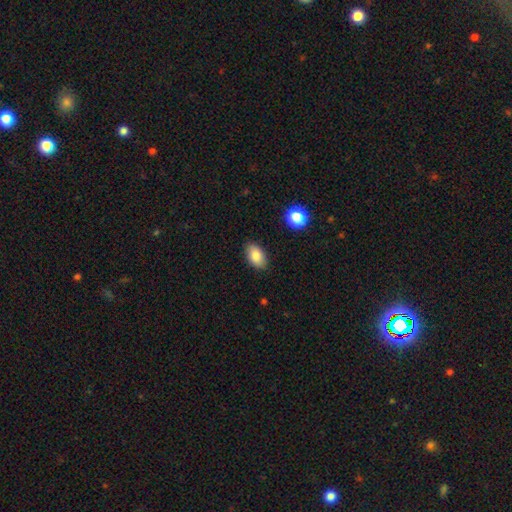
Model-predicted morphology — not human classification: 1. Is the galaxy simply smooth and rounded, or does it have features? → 85% smooth, 8% star or artifact, 8% featured or disk.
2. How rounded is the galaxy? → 91% in between, 7% round, 2% cigar-shaped.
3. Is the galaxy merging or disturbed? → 87% none, 9% minor disturbance, 2% major disturbance, 1% merger.